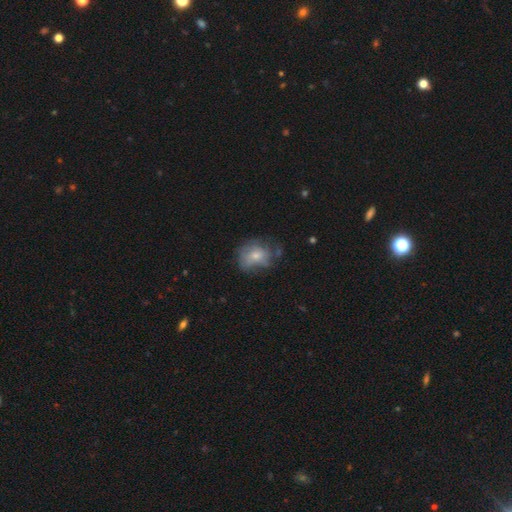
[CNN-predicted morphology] This appears to be a smooth galaxy with no disk features (54%) that is round (51%). Merging: none (46%).